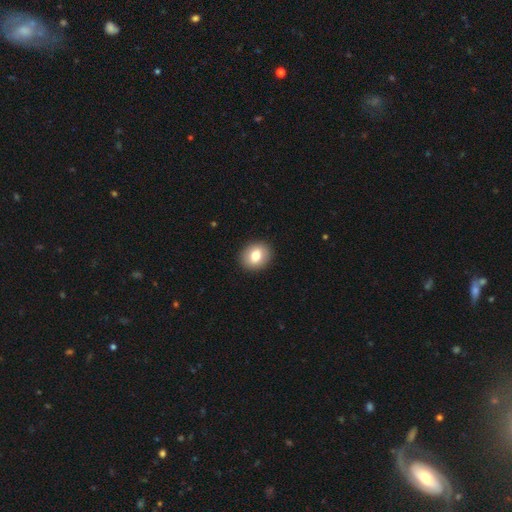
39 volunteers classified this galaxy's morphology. Smooth or featured? smooth (85%)
How rounded? round (61%)
Merging? none (86%)